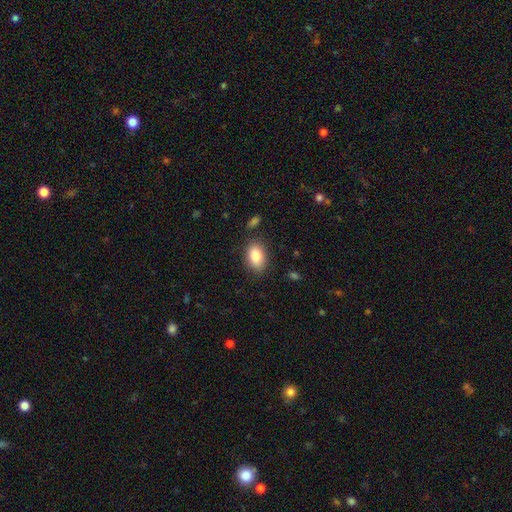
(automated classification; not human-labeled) A smooth galaxy with no disk features (84%) that is in between round and cigar-shaped (87%).

Vote fractions:
- Smooth or featured? smooth: 84% / featured or disk: 8% / star or artifact: 8%
- How rounded? in between: 87% / round: 12% / cigar-shaped: 2%
- Merging? none: 83% / minor disturbance: 12% / major disturbance: 3% / merger: 2%